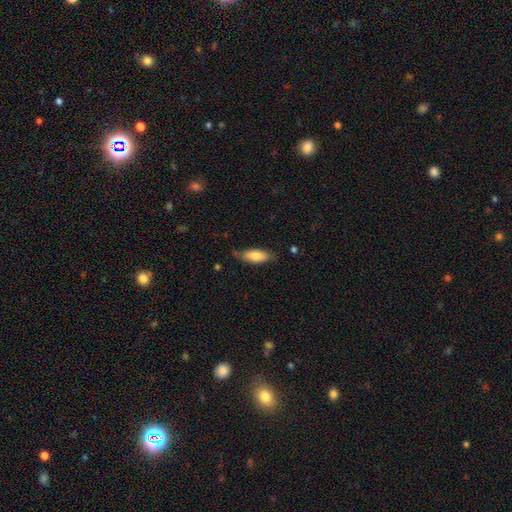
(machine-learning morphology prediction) The model was most divided on "merging": none: 73%, minor disturbance: 21%, major disturbance: 4%, merger: 2%. More confident: smooth or featured — smooth (80%); how rounded — in between (78%).